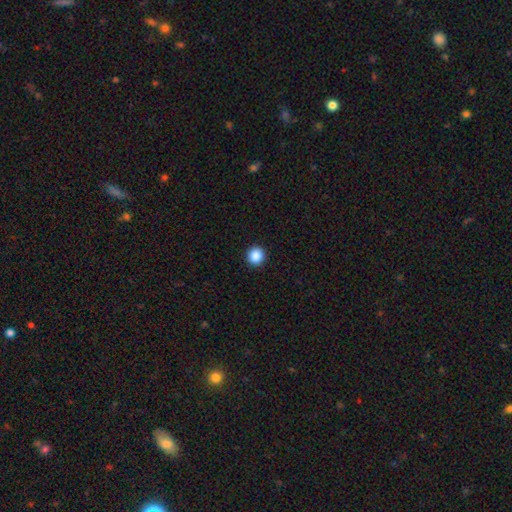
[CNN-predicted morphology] type=smooth (88%); roundness=round (95%); merging=none (93%).